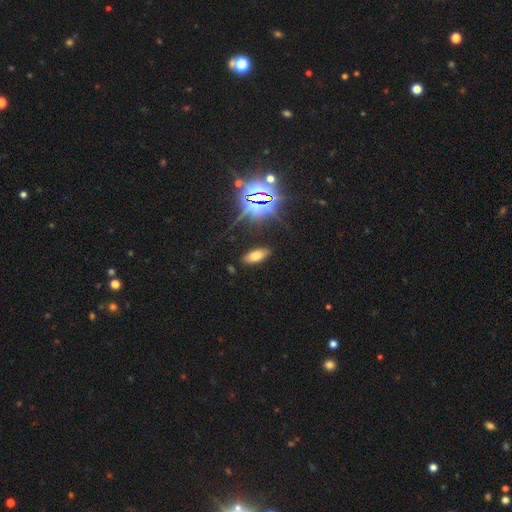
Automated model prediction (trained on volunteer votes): Morphology: type=smooth (63%); roundness=in between (87%); merging=none (87%).